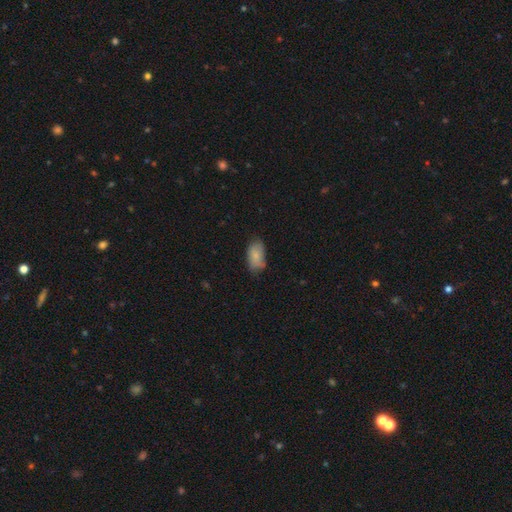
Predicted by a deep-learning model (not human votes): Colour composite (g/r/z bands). It shows a smooth galaxy with no disk features (82%) that is in between round and cigar-shaped (93%). Merging: none (60%).